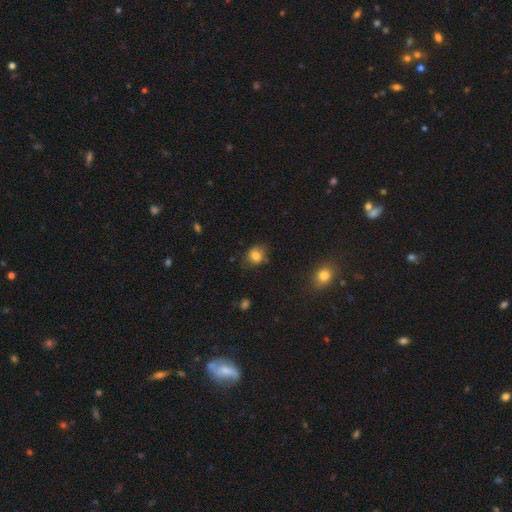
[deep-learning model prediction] Smooth or featured? smooth (78%)
How rounded? round (51%)
Merging? none (65%)